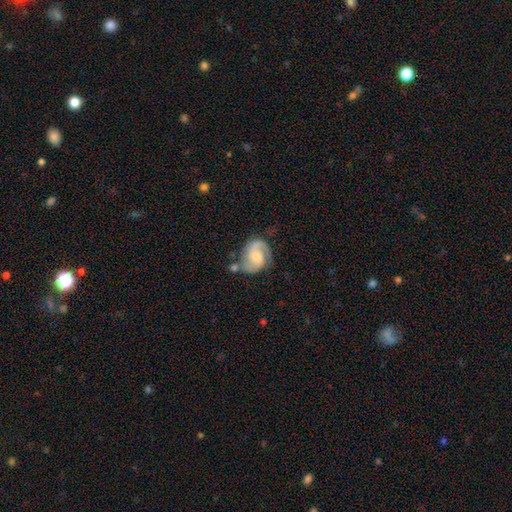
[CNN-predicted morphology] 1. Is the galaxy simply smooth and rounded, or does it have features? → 81% featured or disk, 13% smooth, 6% star or artifact.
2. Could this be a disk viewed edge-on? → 98% no, 2% yes.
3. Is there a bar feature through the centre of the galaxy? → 52% no, 40% weak, 8% strong.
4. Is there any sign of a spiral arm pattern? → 96% yes, 4% no.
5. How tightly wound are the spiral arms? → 52% medium, 25% tight, 23% loose.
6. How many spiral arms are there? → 86% 2, 7% 1, 4% can't tell, 2% 3, 1% 4, 1% more than 4.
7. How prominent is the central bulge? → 31% moderate, 30% small, 24% none, 12% large, 2% dominant.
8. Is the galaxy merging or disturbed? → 59% none, 22% minor disturbance, 11% major disturbance, 9% merger.